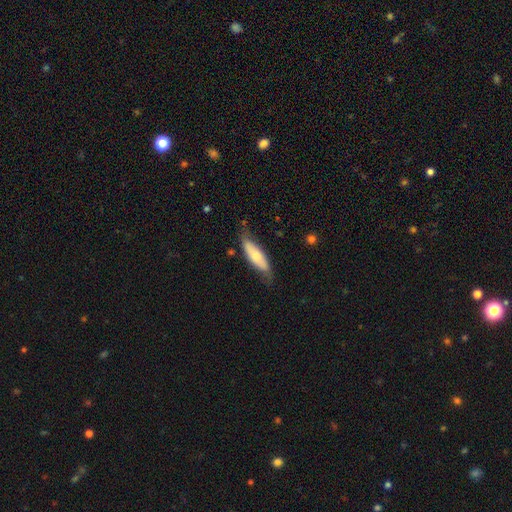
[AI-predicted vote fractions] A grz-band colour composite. It shows a smooth galaxy with no disk features (59%) that is in between round and cigar-shaped (54%). Merging: none (66%).